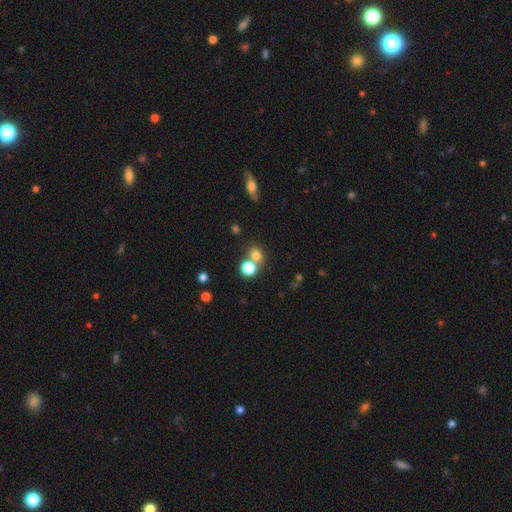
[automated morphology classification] The model was most divided on "merging": none: 53%, merger: 35%, minor disturbance: 9%, major disturbance: 4%. More confident: smooth or featured — smooth (75%); how rounded — round (68%).